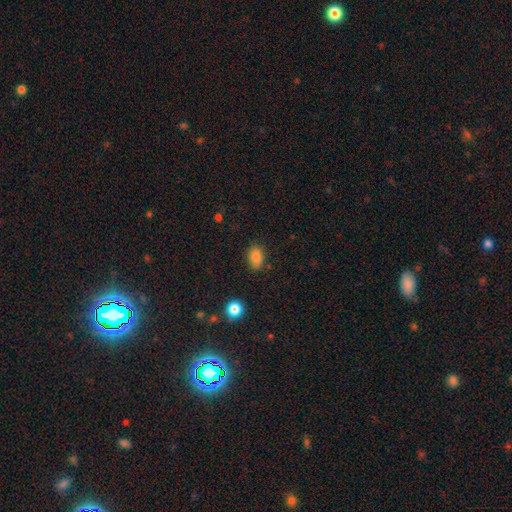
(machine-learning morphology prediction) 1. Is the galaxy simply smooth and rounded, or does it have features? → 85% smooth, 10% star or artifact, 5% featured or disk.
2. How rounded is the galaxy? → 84% in between, 15% round, 2% cigar-shaped.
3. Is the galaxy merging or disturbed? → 79% none, 15% minor disturbance, 3% major disturbance, 2% merger.